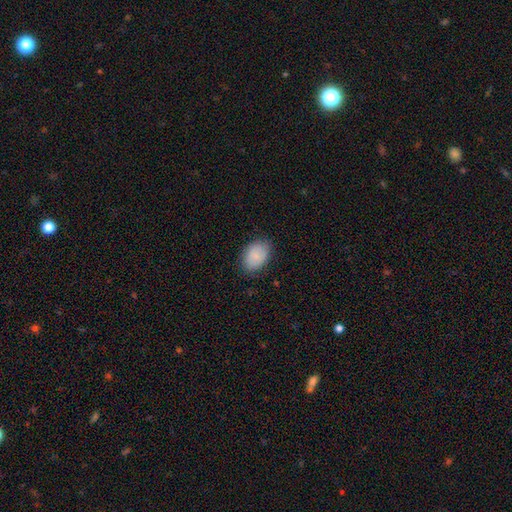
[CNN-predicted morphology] type=smooth (83%); roundness=in between (81%); merging=none (81%).